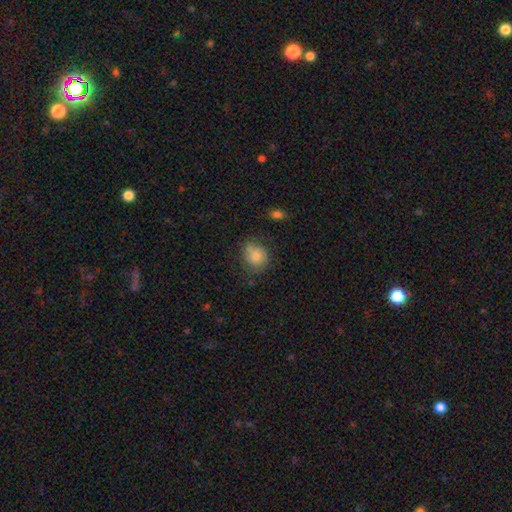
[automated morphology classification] smooth_or_featured: smooth (p=0.78) [alt: featured or disk p=0.14]
how_rounded: round (p=0.69) [alt: in between p=0.30]
merging: none (p=0.57) [alt: minor disturbance p=0.24]